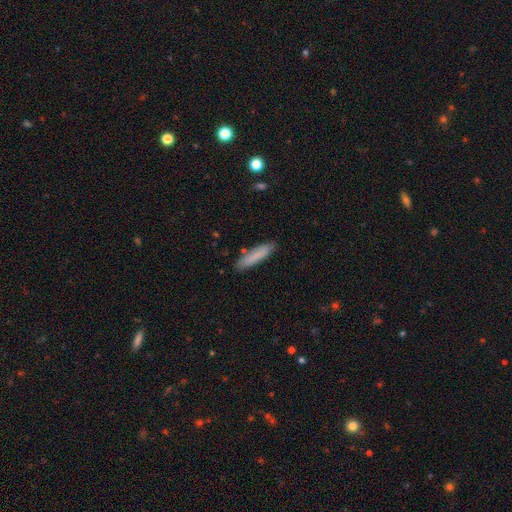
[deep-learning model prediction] Morphology: type=smooth (83%); roundness=cigar-shaped (86%); merging=none (86%).